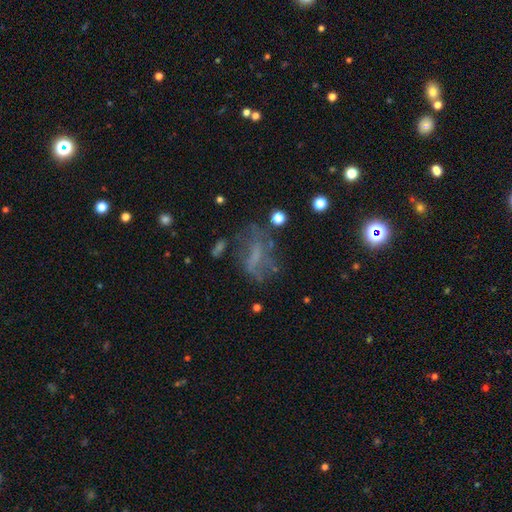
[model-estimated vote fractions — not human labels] smooth_or_featured: featured or disk (p=0.47) [alt: smooth p=0.28]
merging: none (p=0.45) [alt: major disturbance p=0.29]